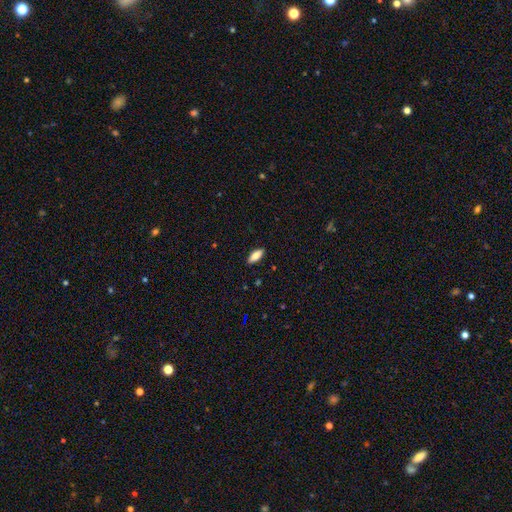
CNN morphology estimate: Smooth or featured?
  - smooth: 84% *
  - featured or disk: 10%
  - star or artifact: 6%
How rounded?
  - in between: 75% *
  - cigar-shaped: 23%
  - round: 2%
Merging?
  - none: 89% *
  - minor disturbance: 8%
  - major disturbance: 2%
  - merger: 1%